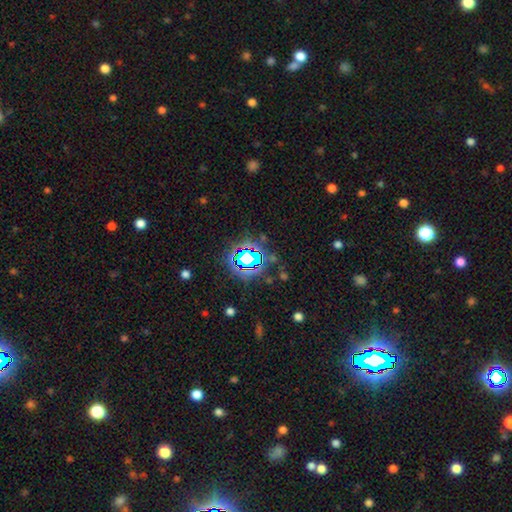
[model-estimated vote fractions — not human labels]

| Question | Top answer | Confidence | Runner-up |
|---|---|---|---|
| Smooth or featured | star or artifact | 79% | smooth (13%) |